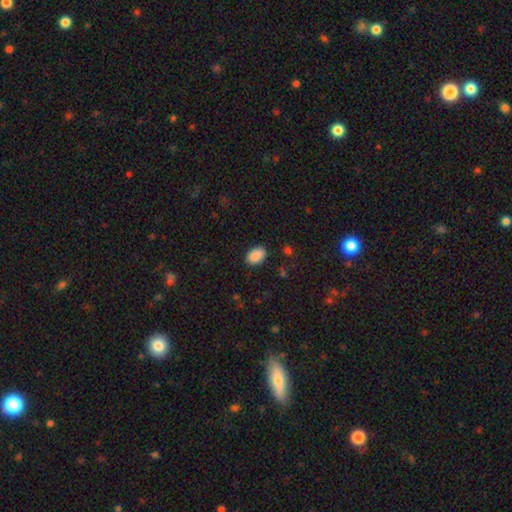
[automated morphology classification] smooth_or_featured: smooth (p=0.89) [alt: star or artifact p=0.07]
how_rounded: in between (p=0.89) [alt: round p=0.10]
merging: none (p=0.87) [alt: minor disturbance p=0.09]